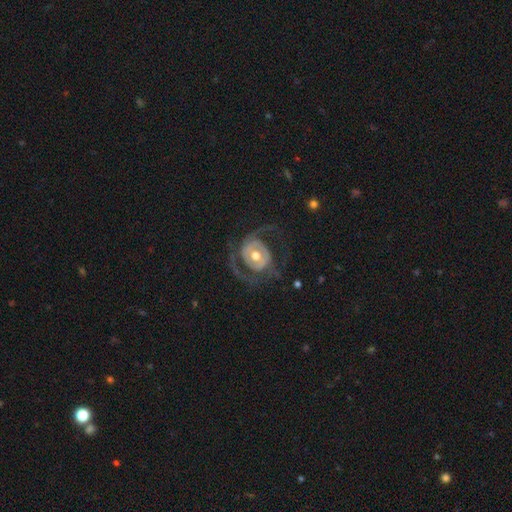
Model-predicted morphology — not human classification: smooth-or-featured: featured or disk: 81% | smooth: 14% | star or artifact: 4%
  disk-edge-on: no: 97% | yes: 3%
    bar: no: 62% | weak: 27% | strong: 12%
    has-spiral-arms: yes: 78% | no: 22%
      spiral-winding: medium: 39% | loose: 37% | tight: 24%
      spiral-arm-count: 2: 67% | 1: 10% | can't tell: 10% | 3: 7% | 4: 3% | more than 4: 3%
    bulge-size: moderate: 75% | large: 13% | small: 10% | dominant: 1% | none: 1%
  merging: none: 57% | major disturbance: 27% | minor disturbance: 14% | merger: 2%